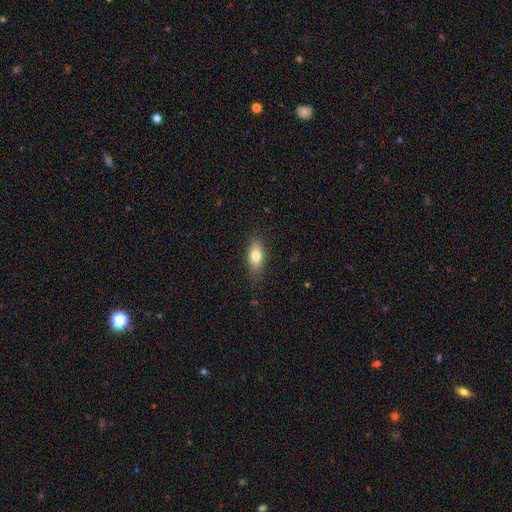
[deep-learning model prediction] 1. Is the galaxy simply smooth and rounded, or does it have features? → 77% smooth, 15% featured or disk, 8% star or artifact.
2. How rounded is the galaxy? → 81% in between, 14% cigar-shaped, 5% round.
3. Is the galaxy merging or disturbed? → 78% none, 17% minor disturbance, 4% major disturbance, 1% merger.